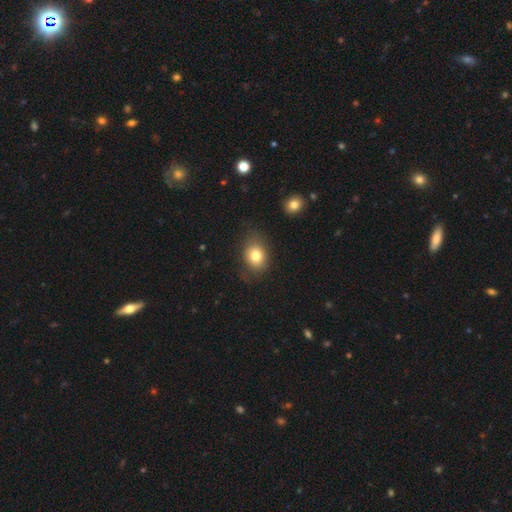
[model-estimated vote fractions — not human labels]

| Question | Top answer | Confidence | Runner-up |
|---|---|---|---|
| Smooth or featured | smooth | 79% | featured or disk (11%) |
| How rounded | in between | 52% | round (47%) |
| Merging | none | 70% | minor disturbance (21%) |